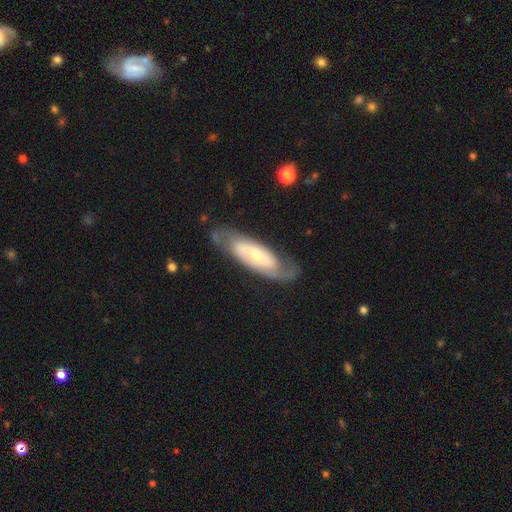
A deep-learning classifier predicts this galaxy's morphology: A featured or disk galaxy (71%) with no bar (51%), 2 (69%) tight (40%, tied with medium) spiral arms (85%) and a small central bulge (53%).

Vote fractions:
- Smooth or featured? featured or disk: 71% / smooth: 24% / star or artifact: 5%
- Edge-on disk? no: 85% / yes: 15%
- Bar? no: 51% / weak: 32% / strong: 18%
- Spiral arms? yes: 85% / no: 15%
- Spiral winding? tight: 40% (tied) / medium: 40% (tied) / loose: 20%
- Spiral arm count? 2: 69% / can't tell: 20% / 1: 7% / 3: 2% / 4: 1% / more than 4: 1%
- Bulge size? small: 53% / moderate: 40% / large: 4% / none: 2% / dominant: 1%
- Merging? none: 70% / minor disturbance: 19% / major disturbance: 9% / merger: 2%